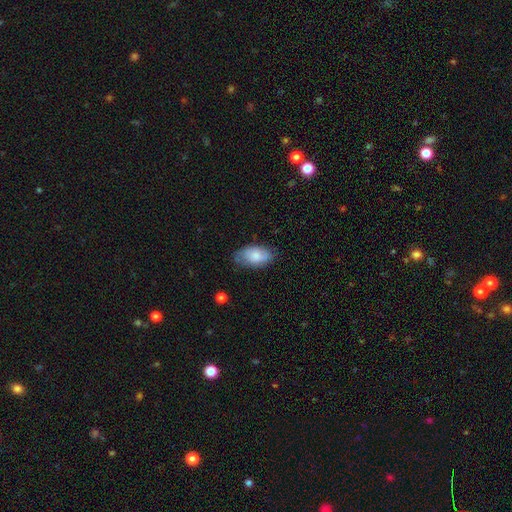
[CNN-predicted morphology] A smooth galaxy with no disk features (76%) that is in between round and cigar-shaped (94%). Merging: none (68%).